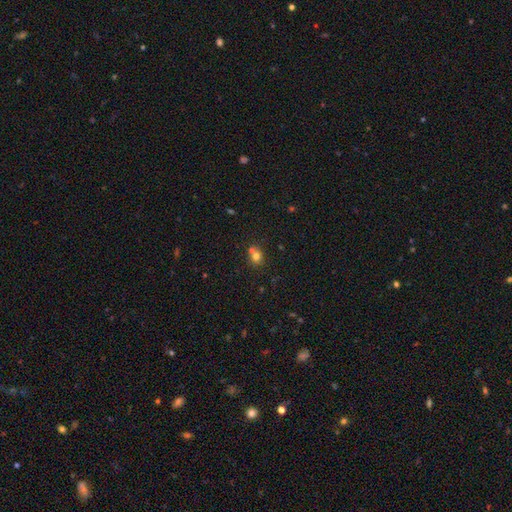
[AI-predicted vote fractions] Smooth or featured? smooth (71%)
How rounded? round (77%)
Merging? none (50%)